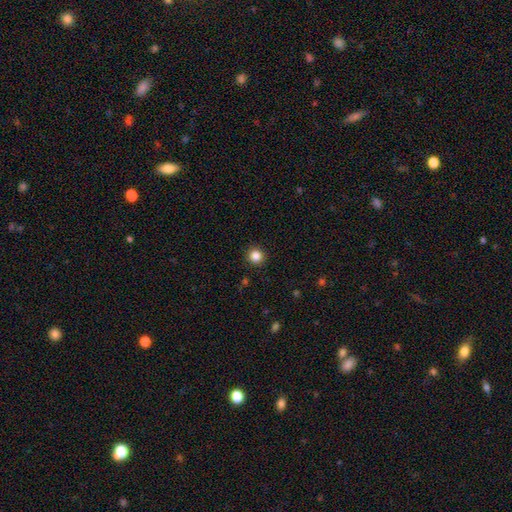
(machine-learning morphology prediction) smooth-or-featured: smooth: 84% | star or artifact: 12% | featured or disk: 4%
  how-rounded: round: 94% | in between: 5% | cigar-shaped: 1%
  merging: none: 92% | minor disturbance: 5% | major disturbance: 2% | merger: 1%